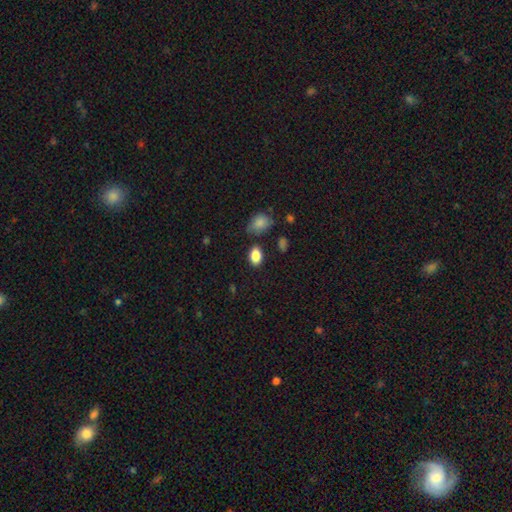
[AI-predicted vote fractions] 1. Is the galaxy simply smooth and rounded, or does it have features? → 87% smooth, 9% star or artifact, 5% featured or disk.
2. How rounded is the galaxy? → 84% in between, 14% round, 1% cigar-shaped.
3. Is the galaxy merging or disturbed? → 80% none, 13% minor disturbance, 4% merger, 3% major disturbance.